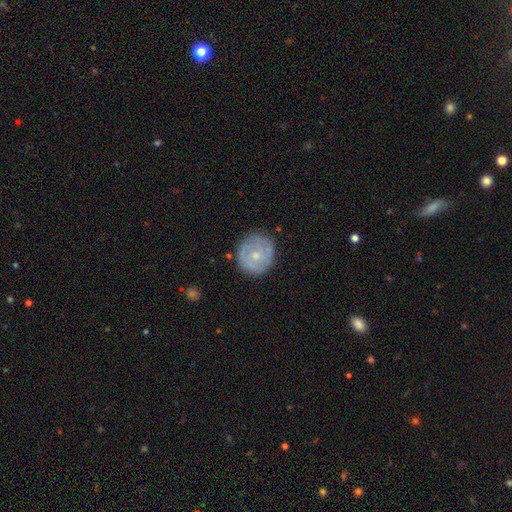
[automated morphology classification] Overall: featured or disk (59%; smooth 35%). Edge-on disk: no (97%). Bar: no (80%). Spiral arms: yes (73%). Bulge size: small (62%; moderate 33%). Merging: none (80%).